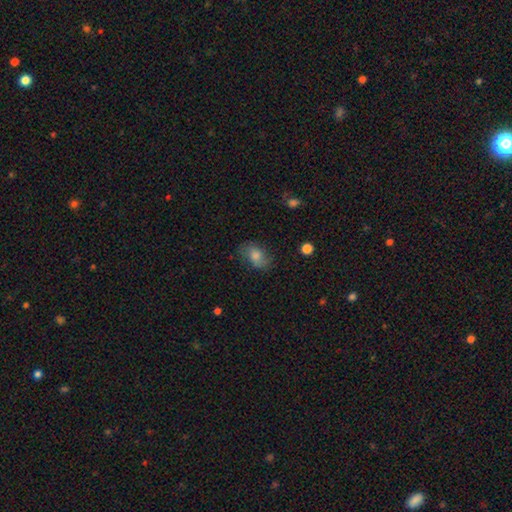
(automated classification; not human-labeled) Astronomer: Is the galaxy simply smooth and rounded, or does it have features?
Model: smooth — 64%.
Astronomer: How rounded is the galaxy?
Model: in between — 79%.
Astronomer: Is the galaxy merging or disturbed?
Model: none — 70%.